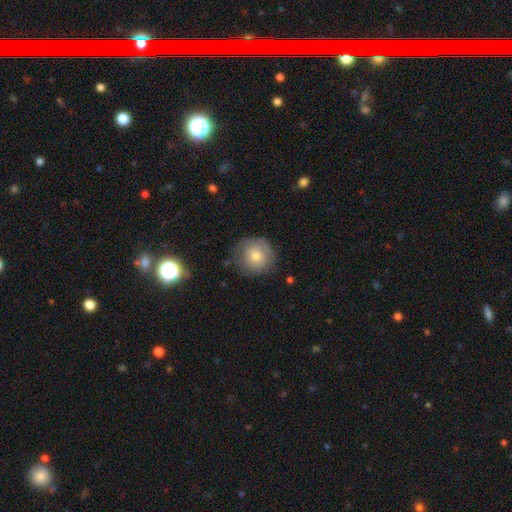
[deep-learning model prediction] Smooth or featured? Predicted: smooth (p=0.65). How rounded? Predicted: round (p=0.91). Merging? Predicted: none (p=0.74).